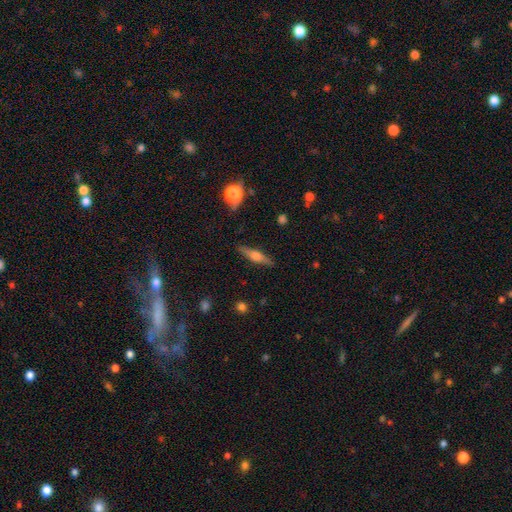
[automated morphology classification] This appears to be a featured or disk galaxy (56%) viewed edge-on (95%) with a rounded central bulge (84%). Merging: none (87%).